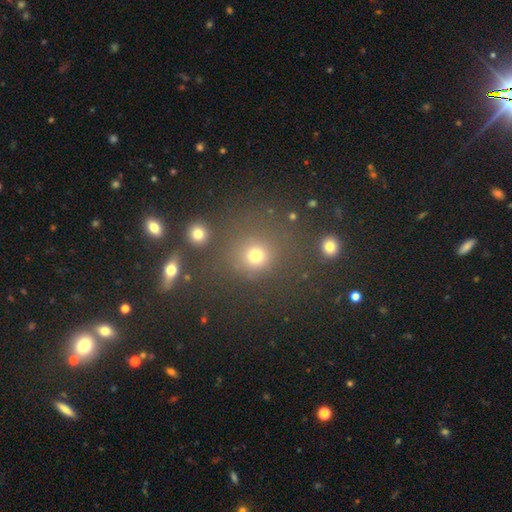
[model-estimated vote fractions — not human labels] A smooth galaxy with no disk features (74%) that is round (88%). Merging: none (74%).